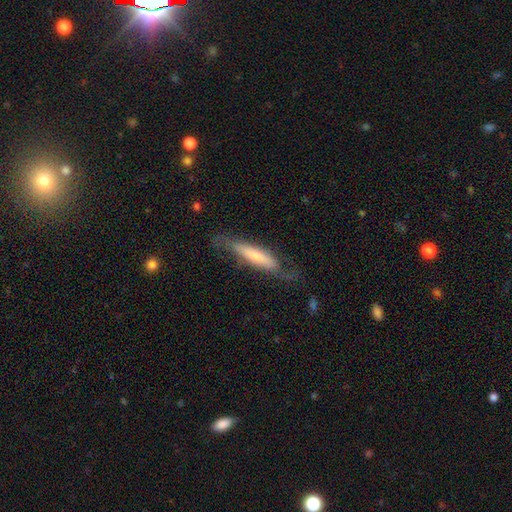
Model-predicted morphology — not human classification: A smooth galaxy with no disk features (51%) that is cigar-shaped (78%). Merging: none (59%).